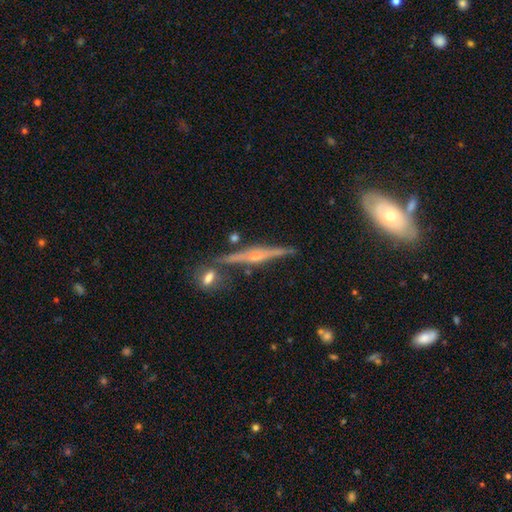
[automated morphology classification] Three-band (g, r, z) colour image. It shows a featured or disk galaxy (81%) viewed edge-on (96%) with a rounded central bulge (78%). Merging: none (77%).